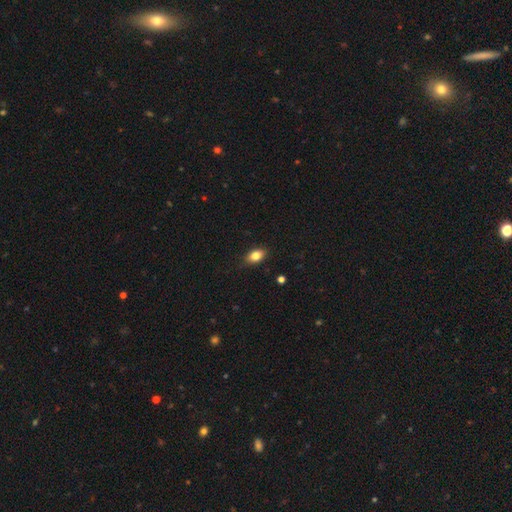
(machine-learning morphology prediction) smooth 82%, featured or disk 9%, star or artifact 8%. Down the decision tree: how rounded — in between (84%); merging — none (82%).